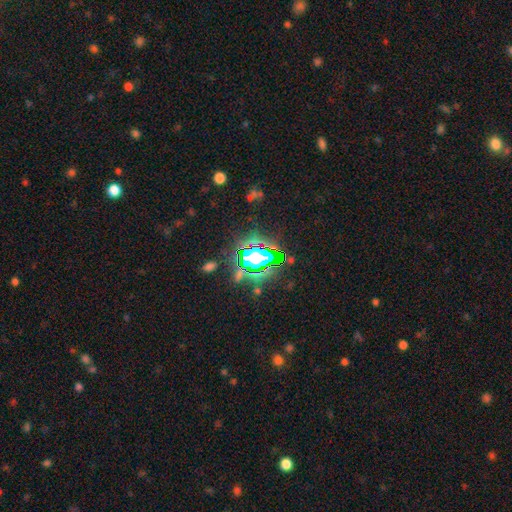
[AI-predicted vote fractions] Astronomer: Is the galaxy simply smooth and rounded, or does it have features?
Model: star or artifact — 84%.